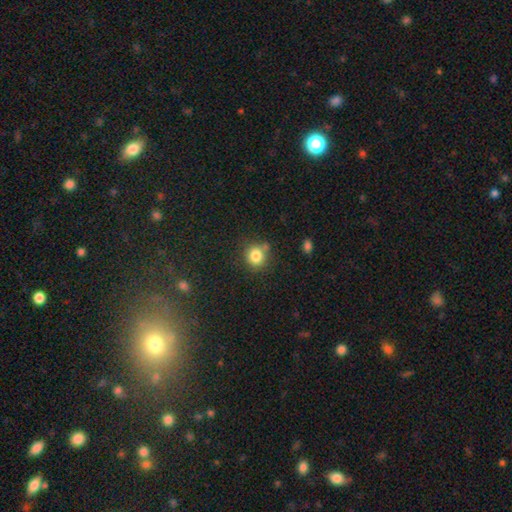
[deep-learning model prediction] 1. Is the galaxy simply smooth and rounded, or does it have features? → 83% smooth, 11% star or artifact, 6% featured or disk.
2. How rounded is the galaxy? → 82% round, 17% in between, 1% cigar-shaped.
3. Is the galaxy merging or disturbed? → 71% none, 13% minor disturbance, 11% merger, 4% major disturbance.